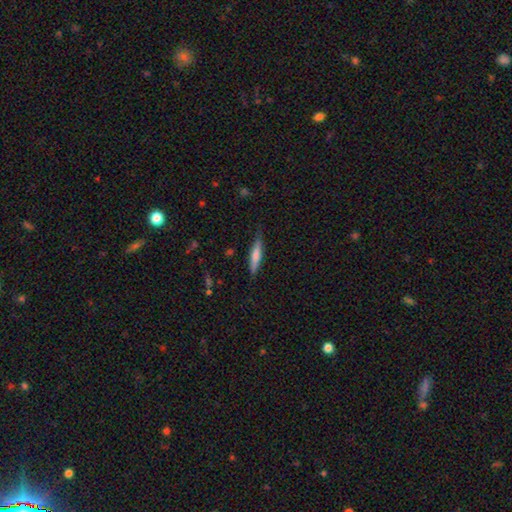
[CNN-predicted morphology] Smooth or featured?
  - smooth: 67% *
  - featured or disk: 27%
  - star or artifact: 6%
How rounded?
  - cigar-shaped: 86% *
  - in between: 13%
  - round: 1%
Merging?
  - none: 81% *
  - minor disturbance: 15%
  - major disturbance: 3%
  - merger: 1%